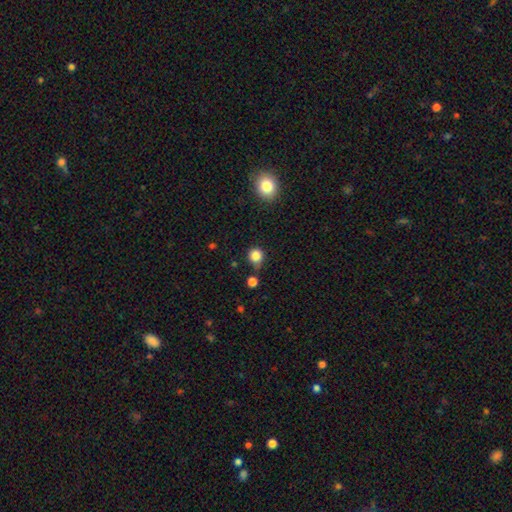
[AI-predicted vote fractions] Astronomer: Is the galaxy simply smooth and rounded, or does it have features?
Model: smooth — 84%.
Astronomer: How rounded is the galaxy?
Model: round — 90%.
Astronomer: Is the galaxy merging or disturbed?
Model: none — 72%.